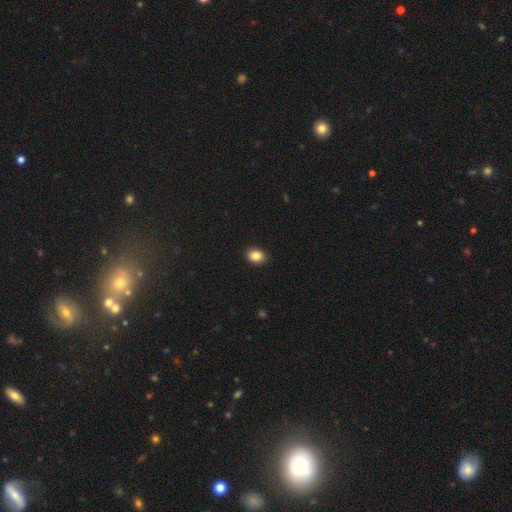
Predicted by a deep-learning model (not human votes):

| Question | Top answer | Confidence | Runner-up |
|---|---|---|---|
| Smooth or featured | smooth | 87% | star or artifact (9%) |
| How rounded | in between | 65% | round (34%) |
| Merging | none | 90% | minor disturbance (7%) |